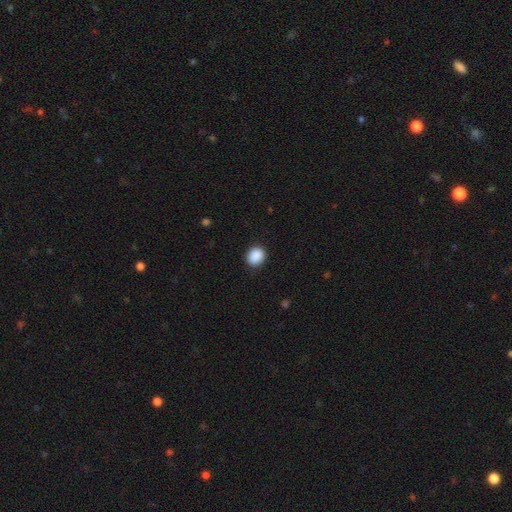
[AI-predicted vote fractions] This is clearly a smooth galaxy (90%). How rounded: likely round (71%). Merging: clearly none (90%).